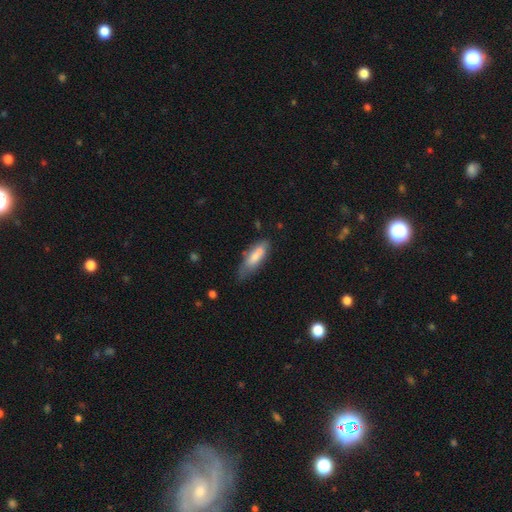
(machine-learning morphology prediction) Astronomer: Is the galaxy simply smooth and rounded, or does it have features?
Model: smooth — 70%.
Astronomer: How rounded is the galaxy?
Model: in between — 53% (runner-up: cigar-shaped, 45%).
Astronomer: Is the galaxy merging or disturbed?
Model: none — 49% (runner-up: minor disturbance, 31%).